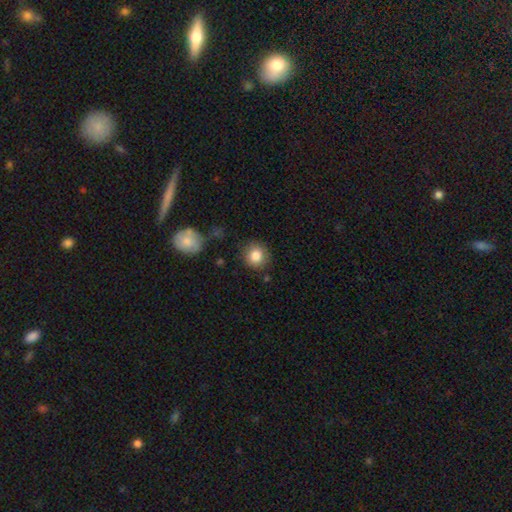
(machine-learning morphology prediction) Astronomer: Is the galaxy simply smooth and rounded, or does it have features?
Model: smooth — 85%.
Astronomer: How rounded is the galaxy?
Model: round — 88%.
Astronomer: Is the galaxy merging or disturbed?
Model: none — 85%.